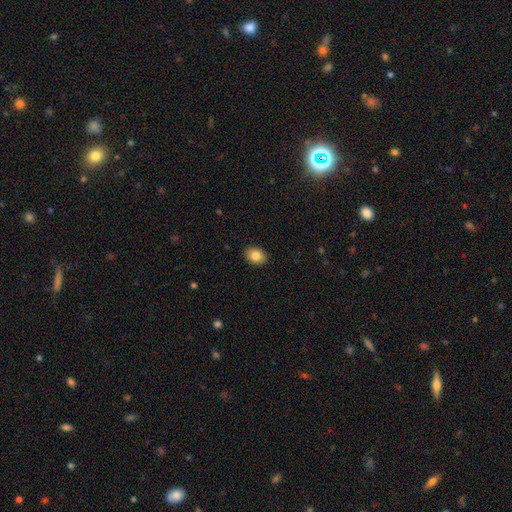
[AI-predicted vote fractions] Smooth or featured? Predicted: smooth (p=0.83). How rounded? Predicted: in between (p=0.62). Merging? Predicted: none (p=0.90).